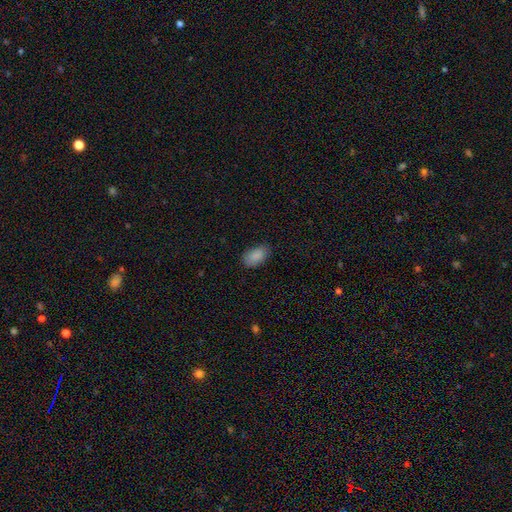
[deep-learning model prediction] Overall: smooth (88%). How rounded: in between (92%). Merging: none (79%).